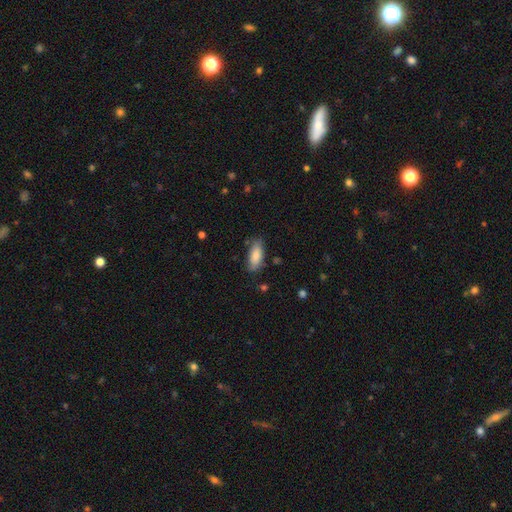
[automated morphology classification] Q: Smooth or featured?
A: smooth (82%); runner-up: featured or disk (12%)
Q: How rounded?
A: in between (82%); runner-up: cigar-shaped (16%)
Q: Merging?
A: none (74%); runner-up: minor disturbance (20%)